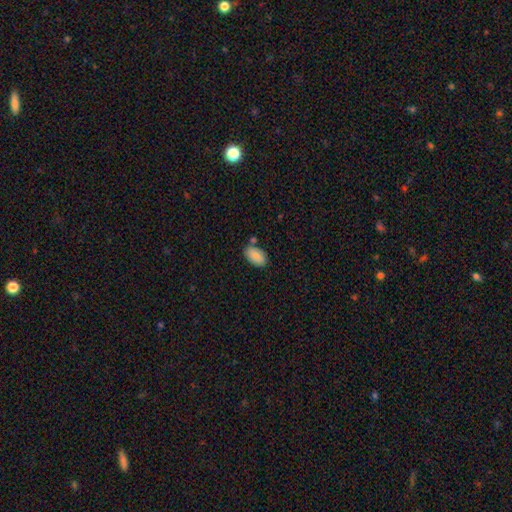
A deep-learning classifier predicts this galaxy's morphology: This is clearly a smooth galaxy (86%). How rounded: clearly in between (94%). Merging: likely none (73%).